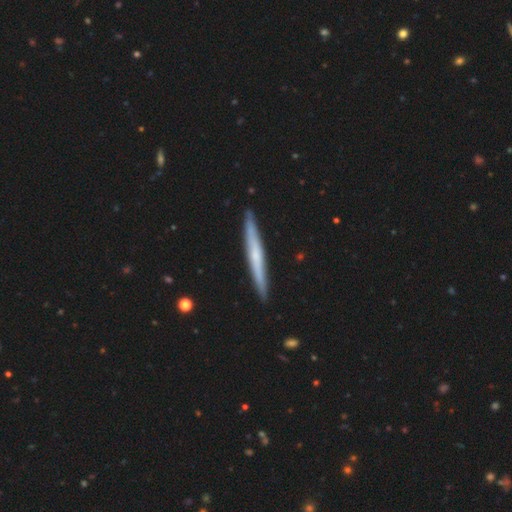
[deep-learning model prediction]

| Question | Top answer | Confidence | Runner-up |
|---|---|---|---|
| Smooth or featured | featured or disk | 57% | smooth (38%) |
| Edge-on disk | yes | 96% | no (4%) |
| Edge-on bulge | none | 63% | rounded (32%) |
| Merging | none | 90% | minor disturbance (7%) |